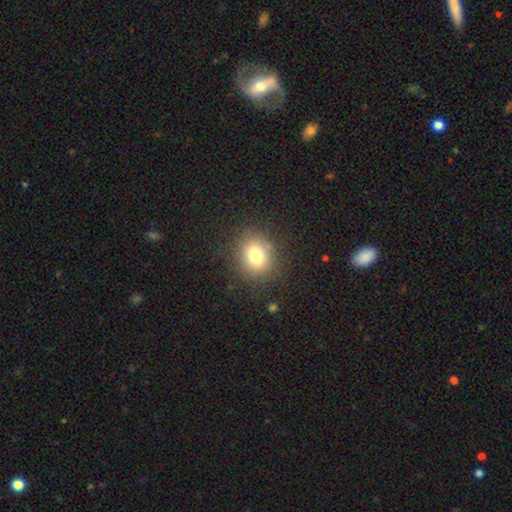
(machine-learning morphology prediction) Smooth or featured? smooth (77%)
How rounded? round (68%)
Merging? none (84%)